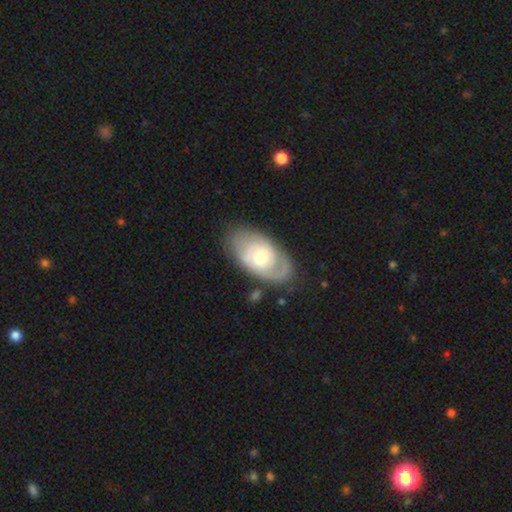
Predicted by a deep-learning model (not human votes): Morphology: type=featured or disk (63%); edge-on=no (93%); bar=no (66%); spiral arms=yes (75%); bulge=moderate (62%); merging=none (70%).